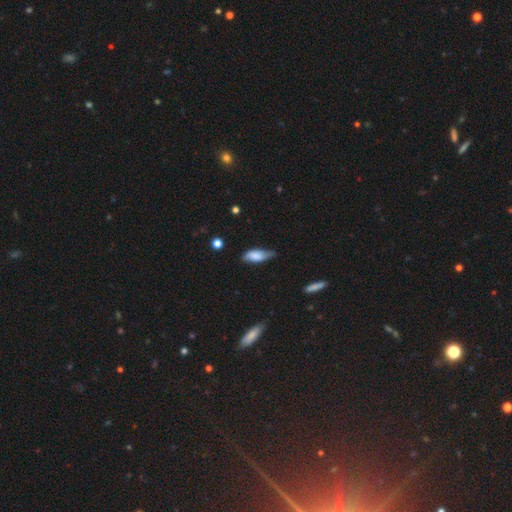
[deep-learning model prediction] This is likely a smooth galaxy (72%). How rounded: likely in between (73%). Merging: possibly none (55%).